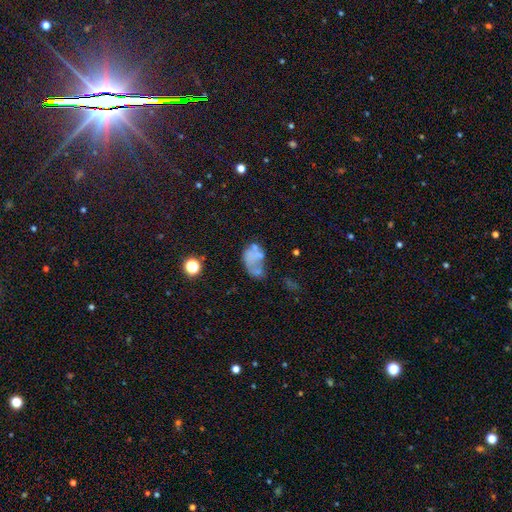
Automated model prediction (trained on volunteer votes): smooth_or_featured: smooth (p=0.45) [alt: featured or disk p=0.40]
merging: none (p=0.29) [alt: major disturbance p=0.28]